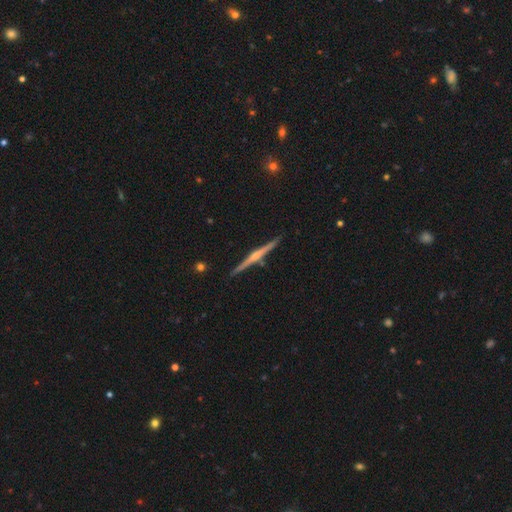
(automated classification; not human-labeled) featured or disk 79%, smooth 16%, star or artifact 5%. Down the decision tree: edge-on disk — yes (99%); edge-on bulge — rounded (78%); merging — none (90%).